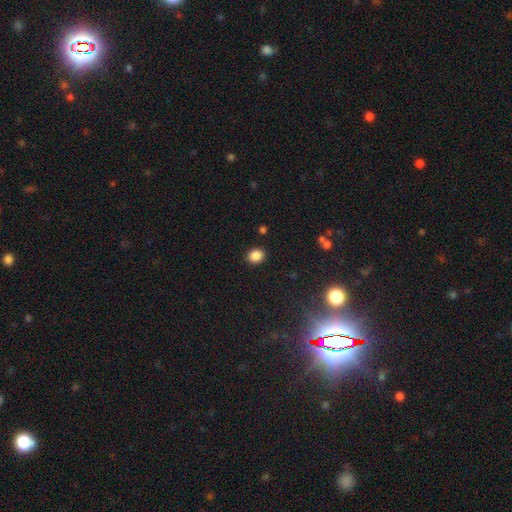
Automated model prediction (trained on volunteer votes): A smooth galaxy with no disk features (86%) that is round (60%). Merging: none (90%).